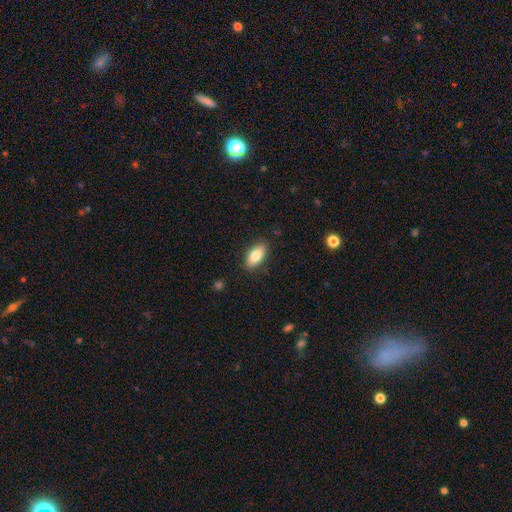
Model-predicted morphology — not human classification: A smooth galaxy with no disk features (83%) that is in between round and cigar-shaped (90%). Merging: none (87%).